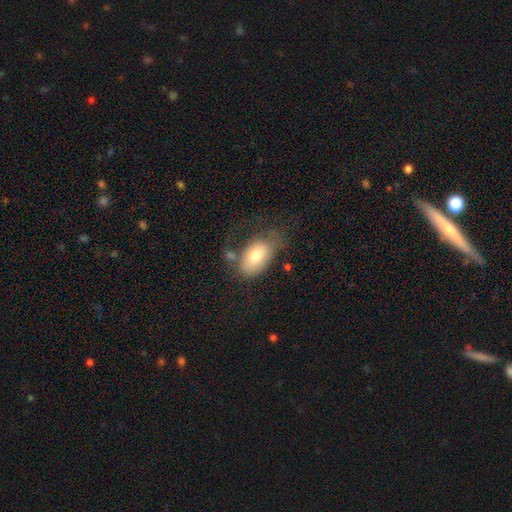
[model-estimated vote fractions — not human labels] Q: Smooth or featured?
A: smooth (74%); runner-up: featured or disk (19%)
Q: How rounded?
A: in between (91%); runner-up: round (8%)
Q: Merging?
A: none (50%); runner-up: minor disturbance (27%)